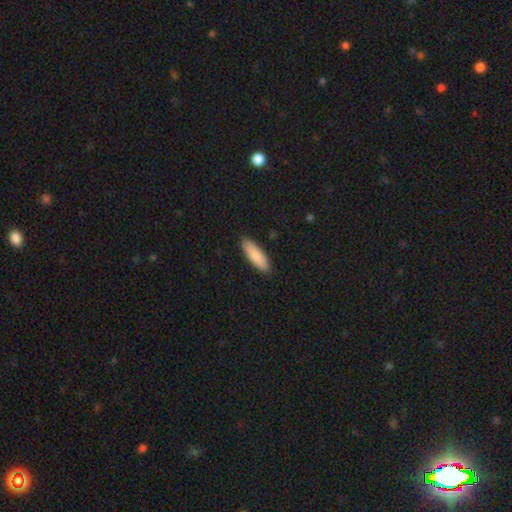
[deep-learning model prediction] A smooth galaxy with no disk features (85%) that is in between round and cigar-shaped (53%).

Vote fractions:
- Smooth or featured? smooth: 85% / featured or disk: 9% / star or artifact: 5%
- How rounded? in between: 53% / cigar-shaped: 45% / round: 2%
- Merging? none: 88% / minor disturbance: 9% / major disturbance: 2% / merger: 1%